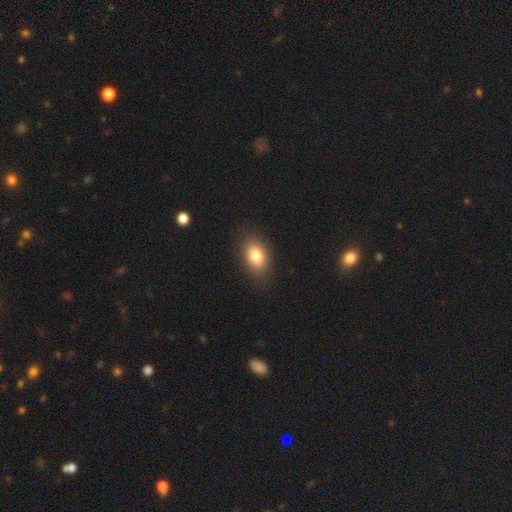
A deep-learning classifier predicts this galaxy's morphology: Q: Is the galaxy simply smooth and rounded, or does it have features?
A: smooth — 82%.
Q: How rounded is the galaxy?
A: in between — 86%.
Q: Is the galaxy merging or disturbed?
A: none — 86%.